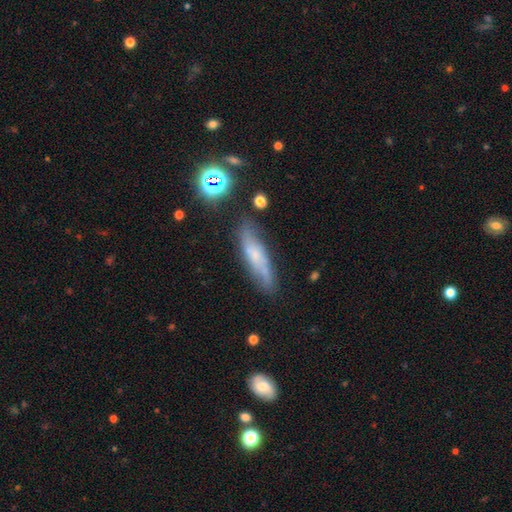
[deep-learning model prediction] Q: Smooth or featured?
A: smooth (46%); runner-up: featured or disk (42%)
Q: Merging?
A: none (71%); runner-up: minor disturbance (20%)